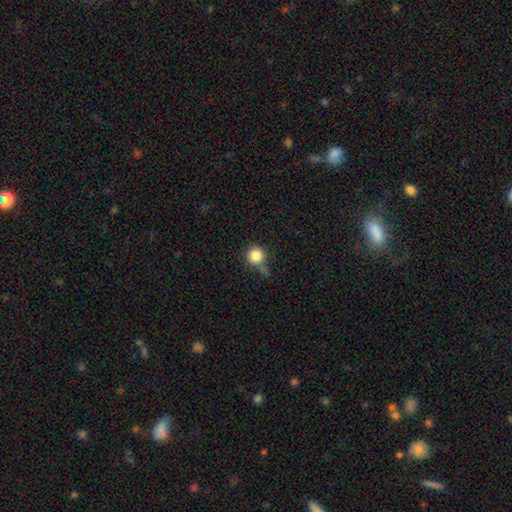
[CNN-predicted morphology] Smooth or featured? Predicted: smooth (p=0.85). How rounded? Predicted: round (p=0.94). Merging? Predicted: none (p=0.60).